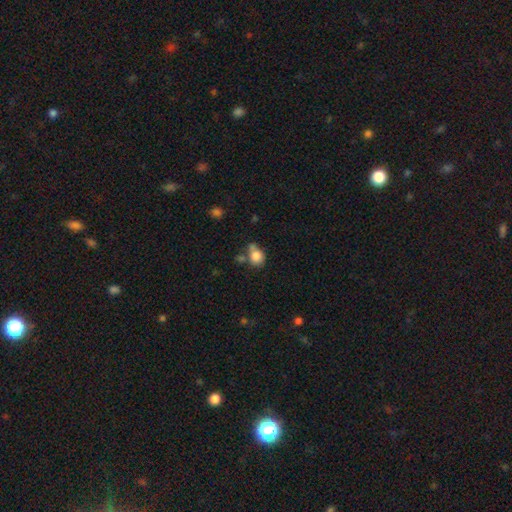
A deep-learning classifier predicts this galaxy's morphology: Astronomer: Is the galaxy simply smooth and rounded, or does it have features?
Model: smooth — 82%.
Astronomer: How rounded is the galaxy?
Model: round — 67%.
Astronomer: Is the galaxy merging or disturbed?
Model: none — 45% (runner-up: merger, 26%).